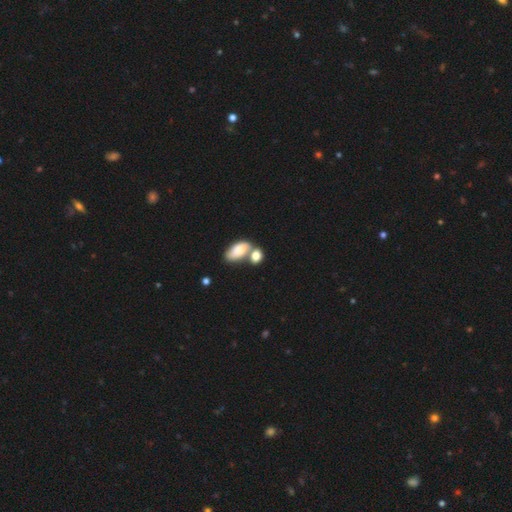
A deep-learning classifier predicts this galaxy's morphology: smooth-or-featured: smooth: 78% | featured or disk: 14% | star or artifact: 8%
  how-rounded: in between: 81% | round: 15% | cigar-shaped: 4%
  merging: merger: 54% | none: 31% | minor disturbance: 10% | major disturbance: 5%